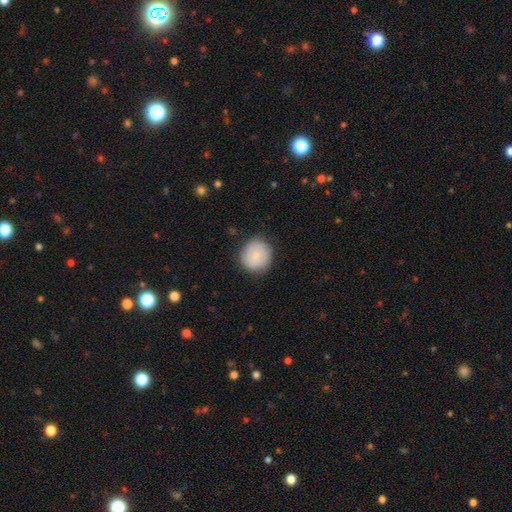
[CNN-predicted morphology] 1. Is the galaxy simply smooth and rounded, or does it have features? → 81% smooth, 13% featured or disk, 6% star or artifact.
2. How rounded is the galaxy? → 90% round, 10% in between, 1% cigar-shaped.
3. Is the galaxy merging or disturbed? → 80% none, 15% minor disturbance, 4% major disturbance, 1% merger.